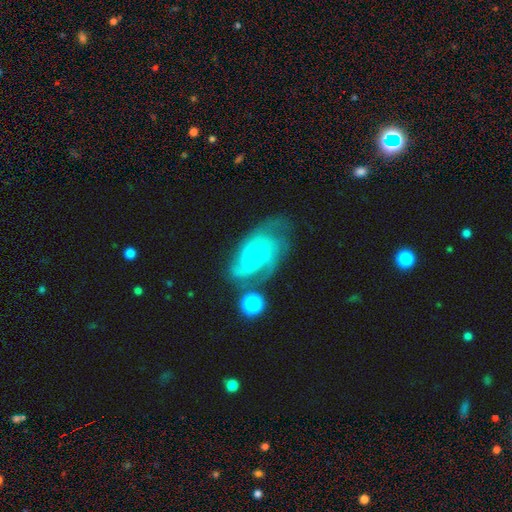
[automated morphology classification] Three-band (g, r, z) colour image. It shows a featured or disk galaxy (85%) with no bar (70%), 2 (39%) tight (58%) spiral arms (97%) and a small central bulge (81%). Merging: none (54%).